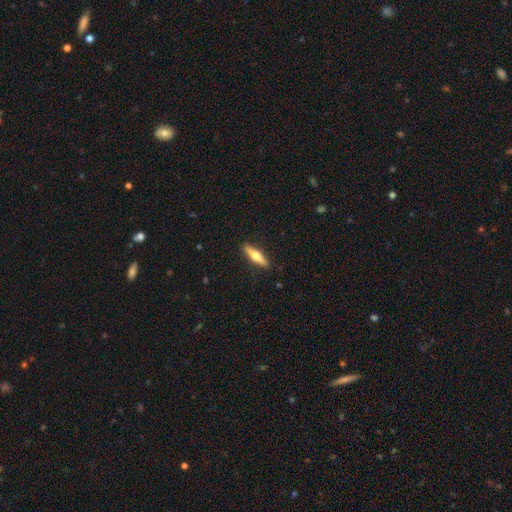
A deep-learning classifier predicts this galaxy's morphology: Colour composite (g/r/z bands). It shows a smooth galaxy with no disk features (48%). Merging: none (90%).